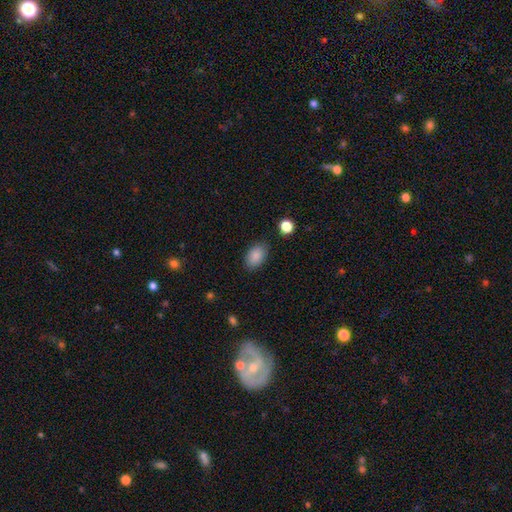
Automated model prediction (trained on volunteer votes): smooth-or-featured: smooth: 88% | star or artifact: 8% | featured or disk: 5%
  how-rounded: in between: 88% | round: 11% | cigar-shaped: 1%
  merging: none: 83% | minor disturbance: 12% | major disturbance: 3% | merger: 2%